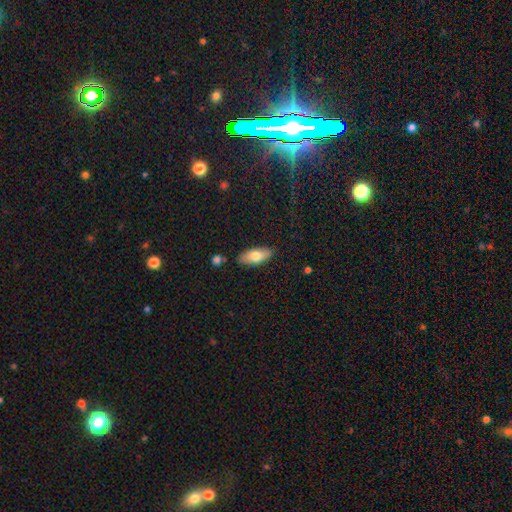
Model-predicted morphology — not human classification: smooth 73%, featured or disk 20%, star or artifact 6%. Down the decision tree: how rounded — in between (79%); merging — none (83%).